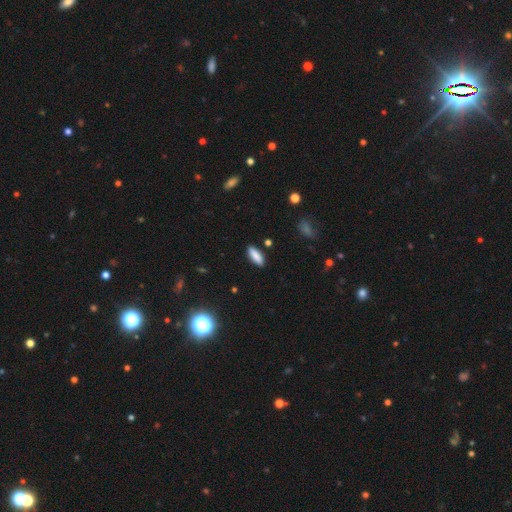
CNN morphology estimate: A smooth galaxy with no disk features (86%) that is in between round and cigar-shaped (62%).

Vote fractions:
- Smooth or featured? smooth: 86% / star or artifact: 7% / featured or disk: 6%
- How rounded? in between: 62% / cigar-shaped: 36% / round: 2%
- Merging? none: 88% / minor disturbance: 9% / major disturbance: 2% / merger: 2%